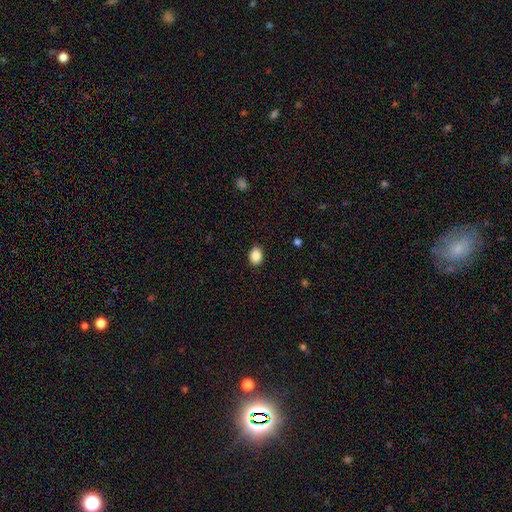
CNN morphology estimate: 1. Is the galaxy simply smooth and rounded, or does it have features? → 87% smooth, 9% star or artifact, 4% featured or disk.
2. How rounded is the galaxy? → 68% in between, 31% round, 1% cigar-shaped.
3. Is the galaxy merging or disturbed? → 90% none, 7% minor disturbance, 2% major disturbance, 1% merger.